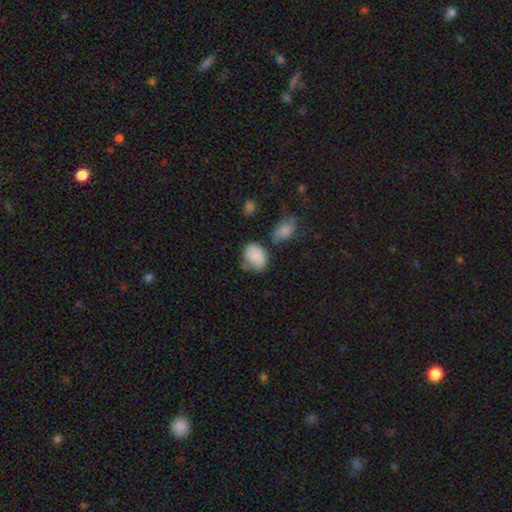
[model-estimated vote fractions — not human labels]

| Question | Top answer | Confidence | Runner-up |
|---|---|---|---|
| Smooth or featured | smooth | 85% | star or artifact (8%) |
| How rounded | in between | 75% | round (24%) |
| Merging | none | 54% | minor disturbance (24%) |